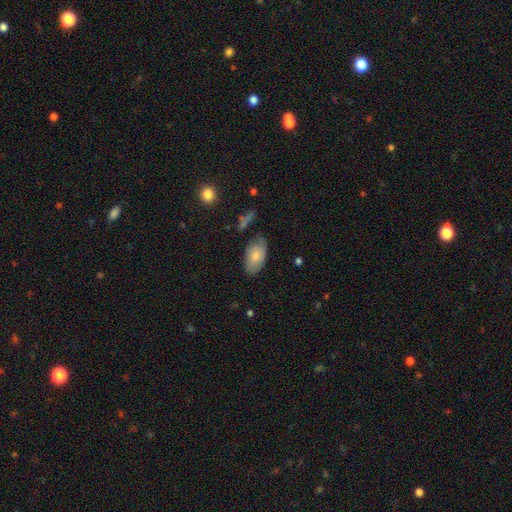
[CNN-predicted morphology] Smooth or featured? Predicted: smooth (p=0.77). How rounded? Predicted: in between (p=0.94). Merging? Predicted: none (p=0.75).